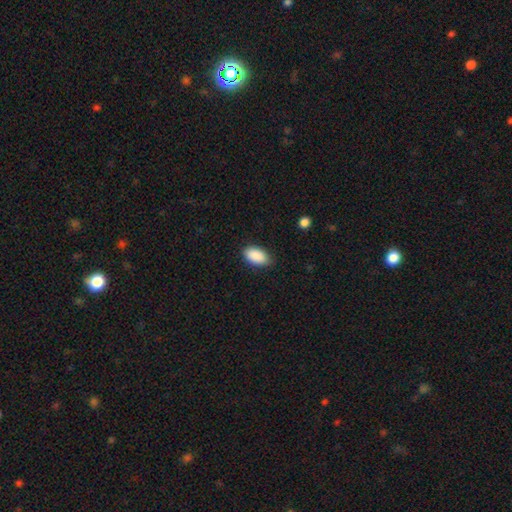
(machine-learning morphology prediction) type=smooth (90%); roundness=in between (94%); merging=none (82%).